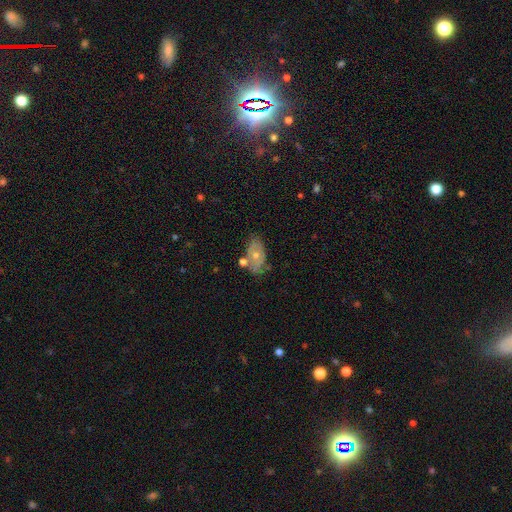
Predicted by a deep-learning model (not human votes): smooth_or_featured: featured or disk (p=0.54) [alt: smooth p=0.39]
disk_edge_on: no (p=0.93) [alt: yes p=0.07]
merging: none (p=0.56) [alt: minor disturbance p=0.24]